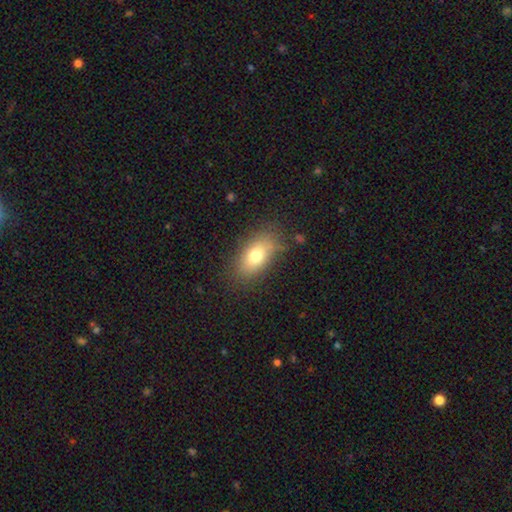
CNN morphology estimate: Q: Smooth or featured?
A: smooth (76%); runner-up: featured or disk (15%)
Q: How rounded?
A: in between (87%); runner-up: round (8%)
Q: Merging?
A: none (79%); runner-up: minor disturbance (14%)